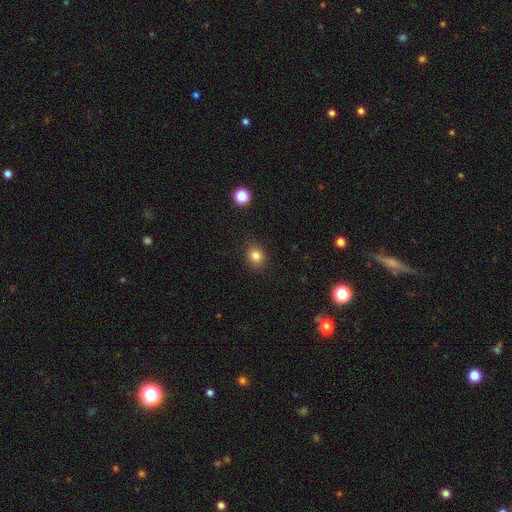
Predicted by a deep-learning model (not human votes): The model was most divided on "how rounded": round: 74%, in between: 25%, cigar-shaped: 1%. More confident: merging — none (88%); smooth or featured — smooth (83%).